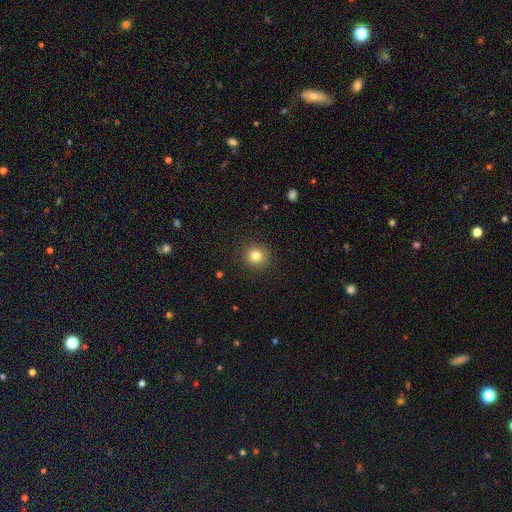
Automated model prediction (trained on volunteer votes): This is clearly a smooth galaxy (81%). How rounded: clearly round (92%). Merging: clearly none (91%).